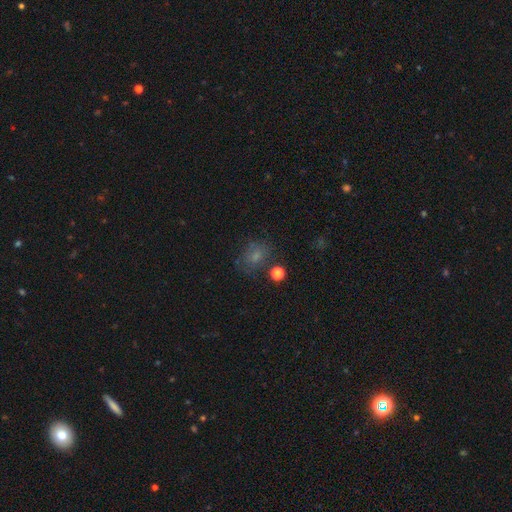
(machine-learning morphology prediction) A smooth galaxy with no disk features (62%) that is round (54%).

Vote fractions:
- Smooth or featured? smooth: 62% / star or artifact: 22% / featured or disk: 16%
- How rounded? round: 54% / in between: 45% / cigar-shaped: 1%
- Merging? none: 63% / minor disturbance: 19% / major disturbance: 12% / merger: 6%